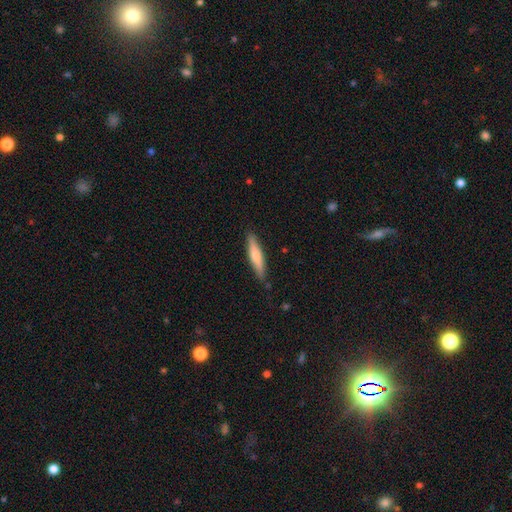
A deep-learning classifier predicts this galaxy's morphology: type=smooth (66%); roundness=cigar-shaped (87%); merging=none (85%).